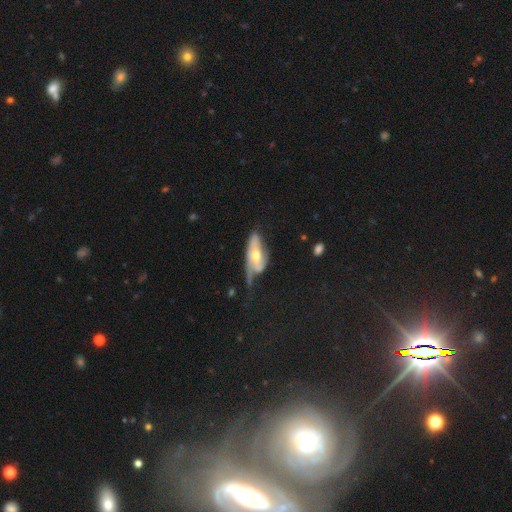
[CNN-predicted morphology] type=featured or disk (61%); edge-on=no (83%); bar=no (65%); spiral arms=yes (65%); bulge=moderate (69%); merging=major disturbance (39%).